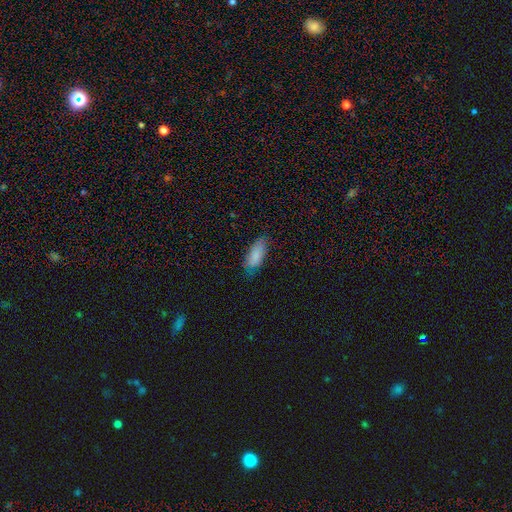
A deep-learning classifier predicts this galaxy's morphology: Overall: smooth (84%). How rounded: in between (80%). Merging: none (69%).